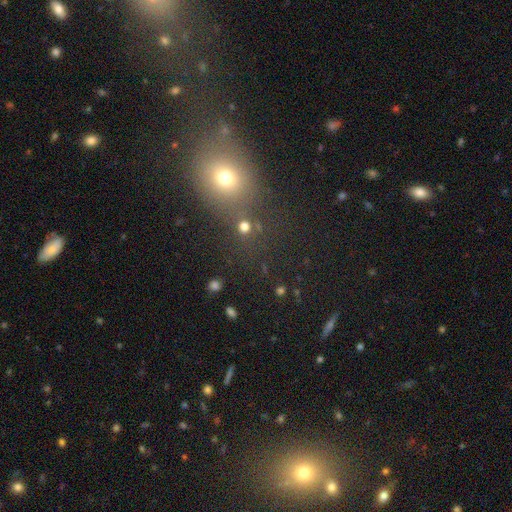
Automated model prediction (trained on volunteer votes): Smooth or featured: smooth — 51% (star or artifact — 38%)
How rounded: round — 61% (in between — 36%)
Merging: none — 68% (minor disturbance — 12%)